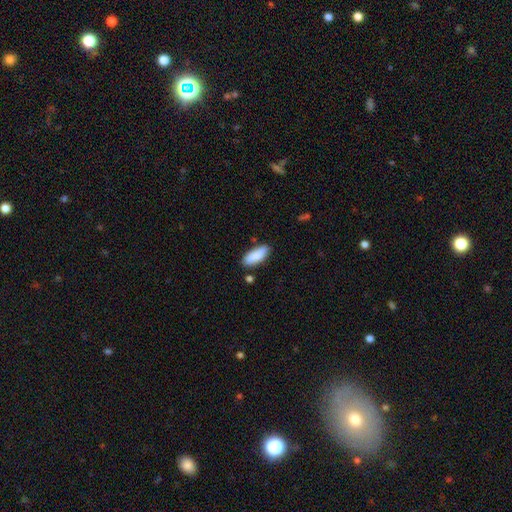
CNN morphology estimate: Overall: smooth (88%). How rounded: in between (76%). Merging: none (82%).